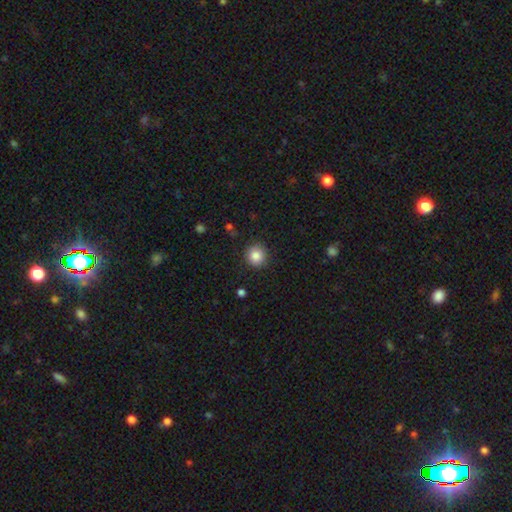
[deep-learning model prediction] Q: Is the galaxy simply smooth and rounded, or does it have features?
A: smooth — 85%.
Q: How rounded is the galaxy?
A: round — 92%.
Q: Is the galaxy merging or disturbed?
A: none — 91%.